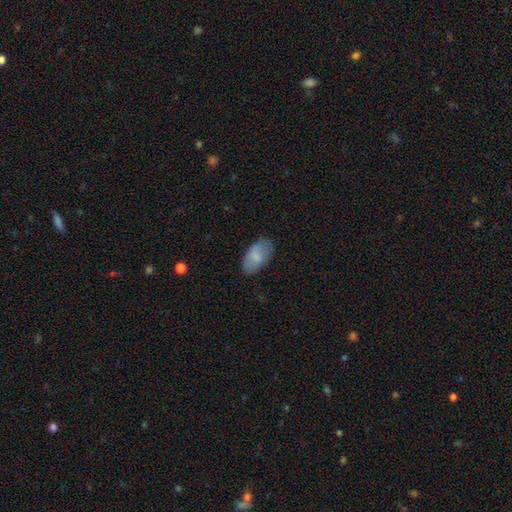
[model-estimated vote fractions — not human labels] Q: Smooth or featured?
A: smooth (77%); runner-up: featured or disk (17%)
Q: How rounded?
A: in between (94%); runner-up: round (4%)
Q: Merging?
A: none (79%); runner-up: minor disturbance (16%)